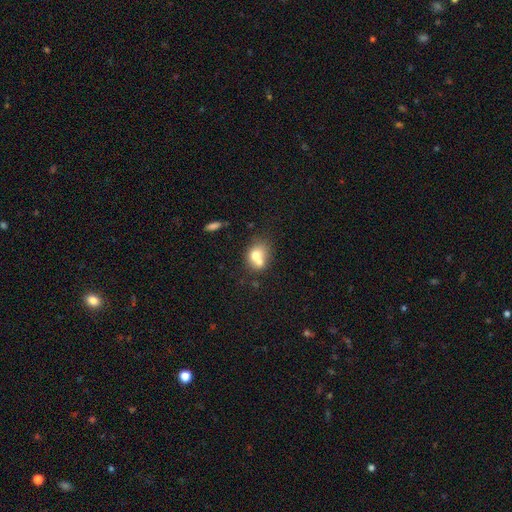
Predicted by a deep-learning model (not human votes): Smooth or featured? Predicted: smooth (p=0.67). How rounded? Predicted: round (p=0.50). Merging? Predicted: merger (p=0.57).